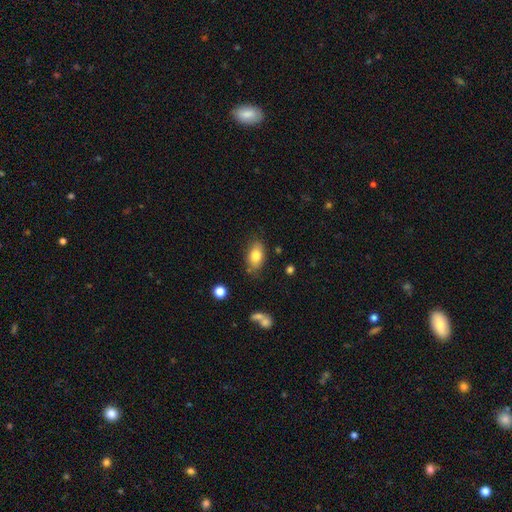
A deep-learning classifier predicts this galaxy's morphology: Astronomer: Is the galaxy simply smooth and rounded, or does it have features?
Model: smooth — 80%.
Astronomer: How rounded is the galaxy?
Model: in between — 89%.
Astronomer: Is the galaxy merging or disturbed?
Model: none — 79%.